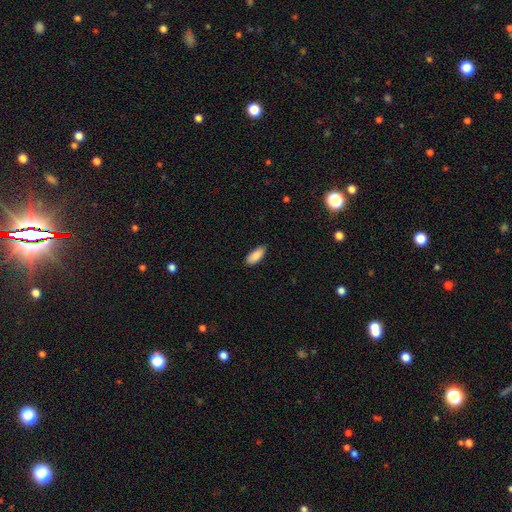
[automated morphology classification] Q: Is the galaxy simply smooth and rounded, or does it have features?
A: smooth — 89%.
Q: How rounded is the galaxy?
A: in between — 84%.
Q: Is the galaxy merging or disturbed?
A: none — 86%.